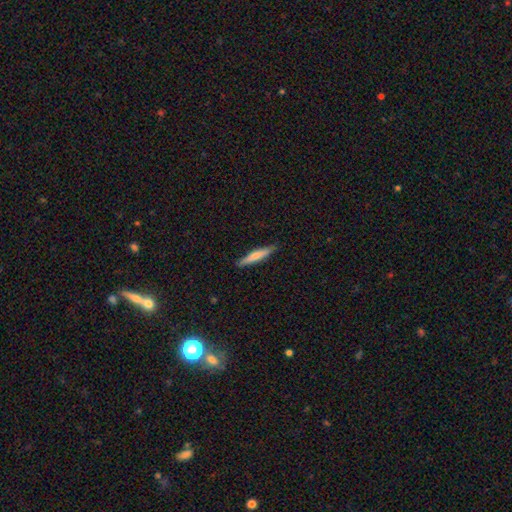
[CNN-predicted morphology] Smooth or featured: smooth — 62% (featured or disk — 32%)
How rounded: cigar-shaped — 92% (in between — 7%)
Merging: none — 89% (minor disturbance — 8%)